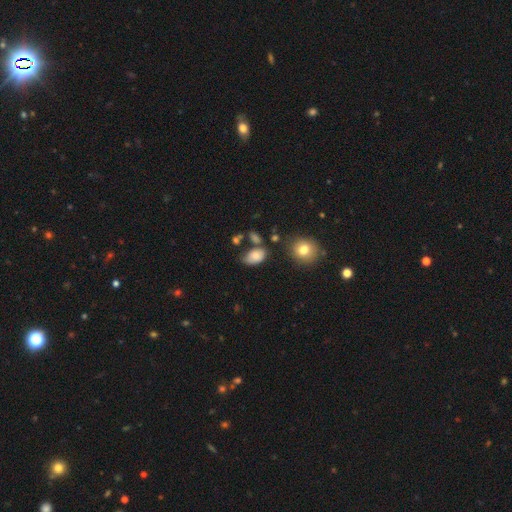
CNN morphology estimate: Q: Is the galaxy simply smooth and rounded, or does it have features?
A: smooth — 78%.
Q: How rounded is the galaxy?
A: in between — 89%.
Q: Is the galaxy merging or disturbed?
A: none — 55%.